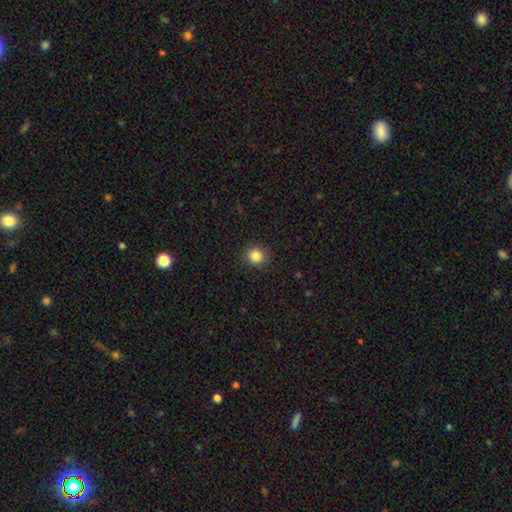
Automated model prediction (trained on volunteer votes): smooth-or-featured: smooth: 85% | star or artifact: 11% | featured or disk: 4%
  how-rounded: round: 89% | in between: 10% | cigar-shaped: 1%
  merging: none: 90% | minor disturbance: 7% | major disturbance: 2% | merger: 1%